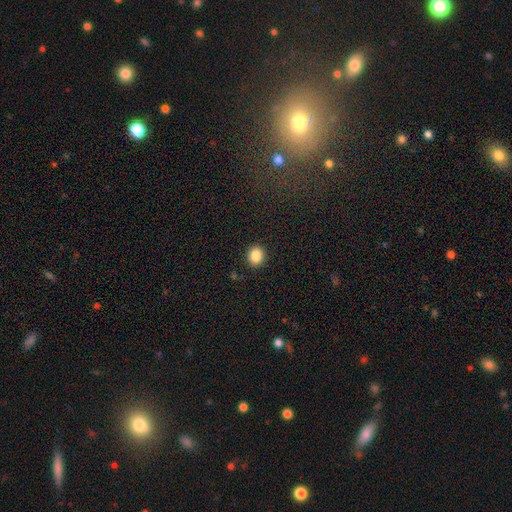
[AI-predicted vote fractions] This is clearly a smooth galaxy (86%). How rounded: likely round (76%). Merging: clearly none (90%).